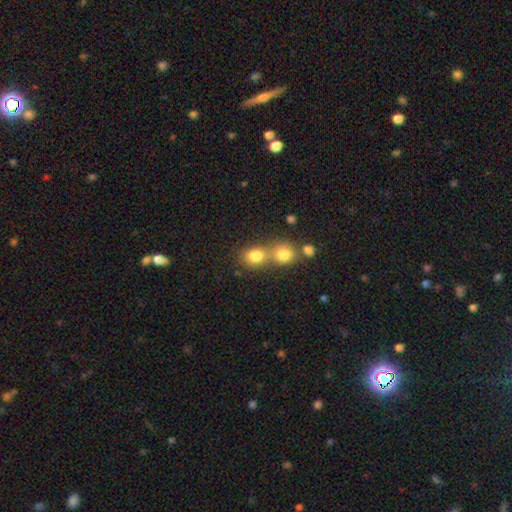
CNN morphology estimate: smooth-or-featured: smooth: 80% | star or artifact: 11% | featured or disk: 9%
  how-rounded: round: 65% | in between: 34% | cigar-shaped: 1%
  merging: merger: 53% | none: 37% | minor disturbance: 7% | major disturbance: 3%